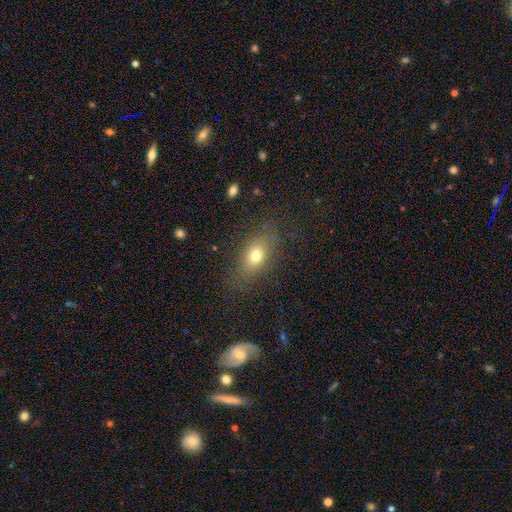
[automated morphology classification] This appears to be a smooth galaxy with no disk features (71%) that is in between round and cigar-shaped (77%). Merging: none (78%).